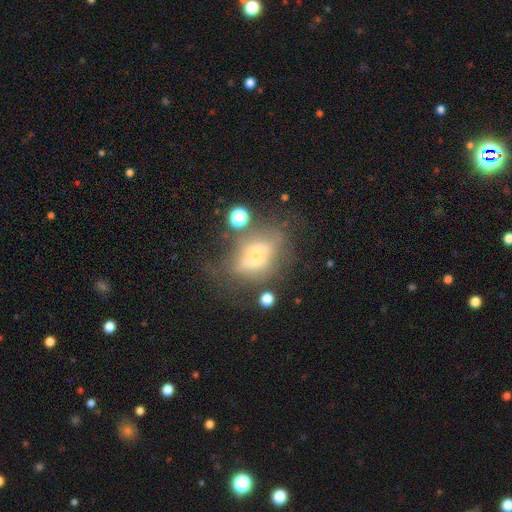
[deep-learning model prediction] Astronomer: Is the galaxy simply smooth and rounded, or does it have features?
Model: featured or disk — 47% (runner-up: smooth, 38%).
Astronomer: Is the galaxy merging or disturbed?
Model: none — 37% (runner-up: major disturbance, 28%).